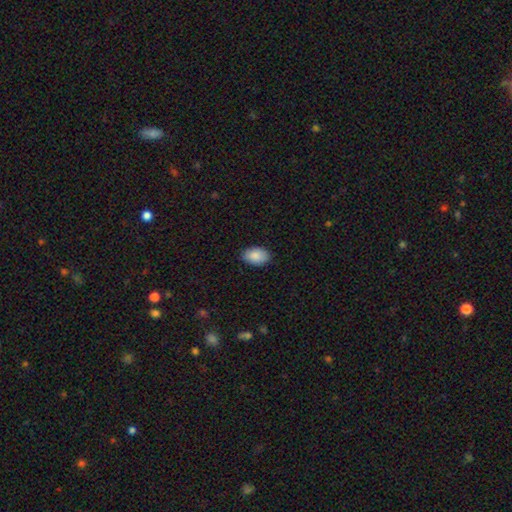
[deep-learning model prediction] Morphology: type=smooth (89%); roundness=in between (89%); merging=none (86%).